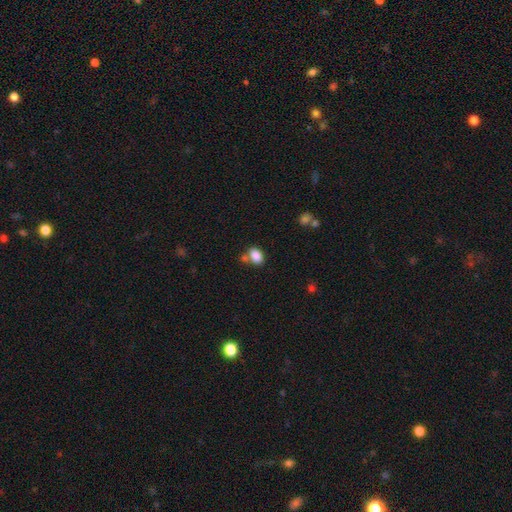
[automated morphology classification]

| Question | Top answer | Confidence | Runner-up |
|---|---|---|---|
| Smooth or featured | smooth | 86% | star or artifact (9%) |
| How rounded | in between | 81% | round (18%) |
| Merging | none | 59% | merger (22%) |